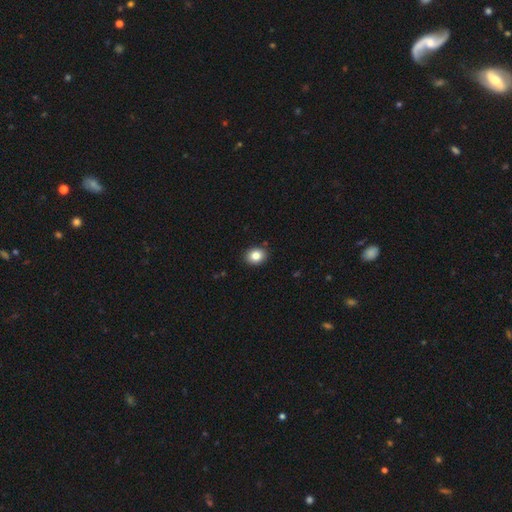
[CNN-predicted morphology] Smooth or featured? smooth (85%)
How rounded? round (50%)
Merging? none (89%)